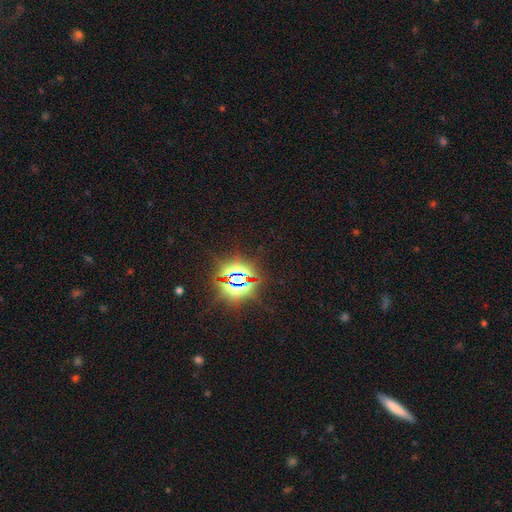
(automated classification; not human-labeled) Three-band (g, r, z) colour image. It shows a star or artifact, not a galaxy (84%).